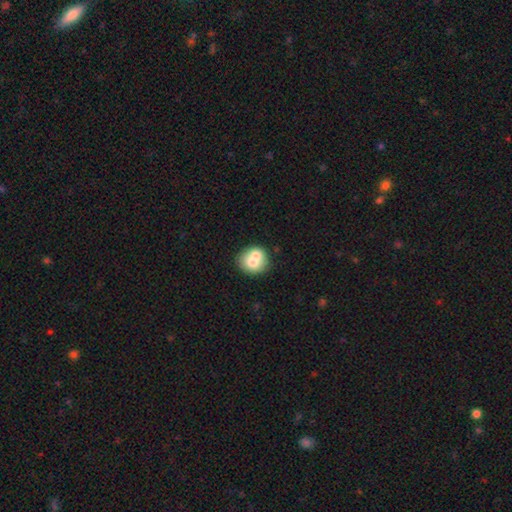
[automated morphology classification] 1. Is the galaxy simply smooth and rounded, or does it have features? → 68% smooth, 24% featured or disk, 8% star or artifact.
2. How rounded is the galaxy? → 81% round, 18% in between, 1% cigar-shaped.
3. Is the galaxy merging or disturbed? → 47% merger, 41% none, 9% minor disturbance, 3% major disturbance.